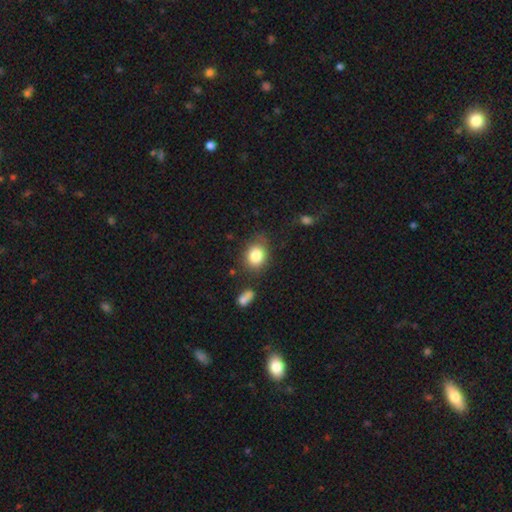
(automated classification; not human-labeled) smooth_or_featured: smooth (p=0.84) [alt: star or artifact p=0.09]
how_rounded: round (p=0.56) [alt: in between p=0.43]
merging: none (p=0.71) [alt: minor disturbance p=0.18]